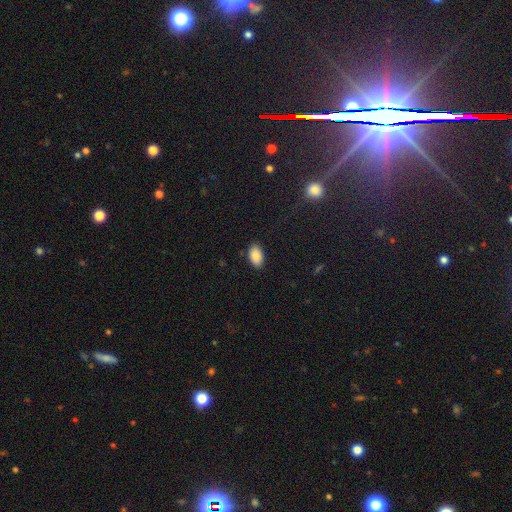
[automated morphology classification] A smooth galaxy with no disk features (88%) that is in between round and cigar-shaped (94%).

Vote fractions:
- Smooth or featured? smooth: 88% / star or artifact: 8% / featured or disk: 5%
- How rounded? in between: 94% / round: 5% / cigar-shaped: 2%
- Merging? none: 87% / minor disturbance: 9% / major disturbance: 2% / merger: 1%